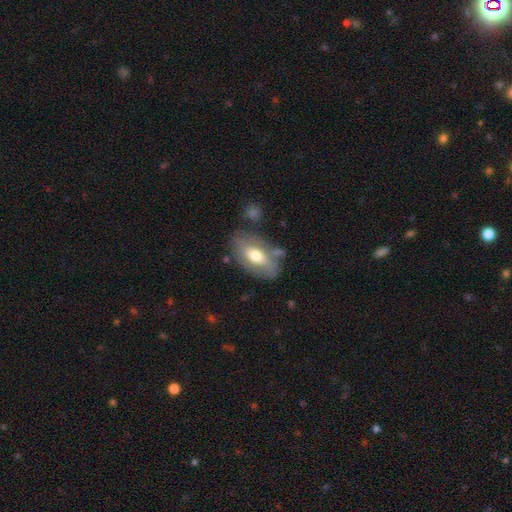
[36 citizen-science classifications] Overall: smooth (78%). How rounded: in between (82%). Merging: none (56%; minor disturbance 29%).